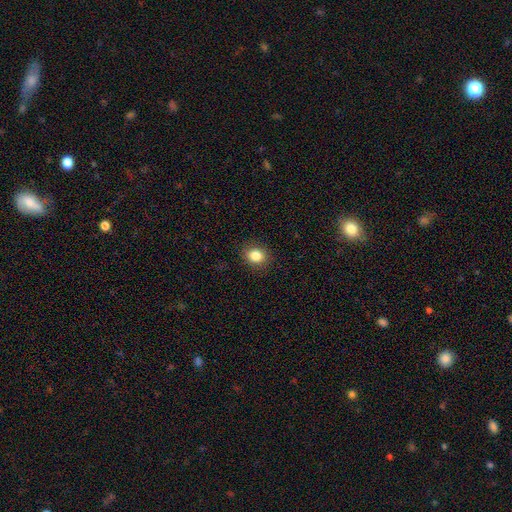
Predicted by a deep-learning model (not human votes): Overall: smooth (84%). How rounded: round (64%; in between 35%). Merging: none (88%).